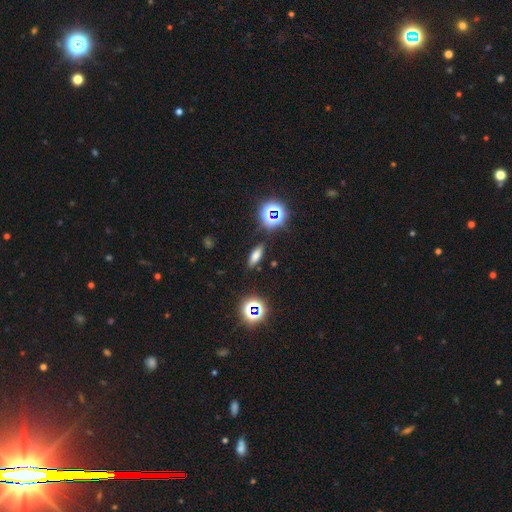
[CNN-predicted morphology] Smooth or featured? smooth (65%)
How rounded? in between (57%)
Merging? none (86%)